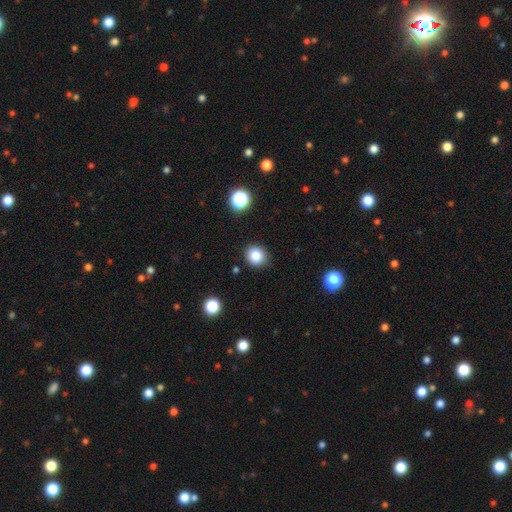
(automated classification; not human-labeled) Smooth or featured: smooth — 85% (star or artifact — 11%)
How rounded: round — 81% (in between — 18%)
Merging: none — 88% (minor disturbance — 8%)